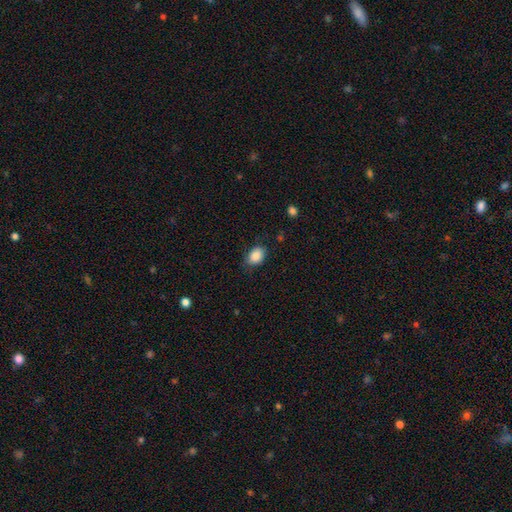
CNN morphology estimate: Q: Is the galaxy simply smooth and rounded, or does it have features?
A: smooth — 87%.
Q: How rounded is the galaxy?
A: in between — 76%.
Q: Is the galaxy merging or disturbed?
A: none — 79%.